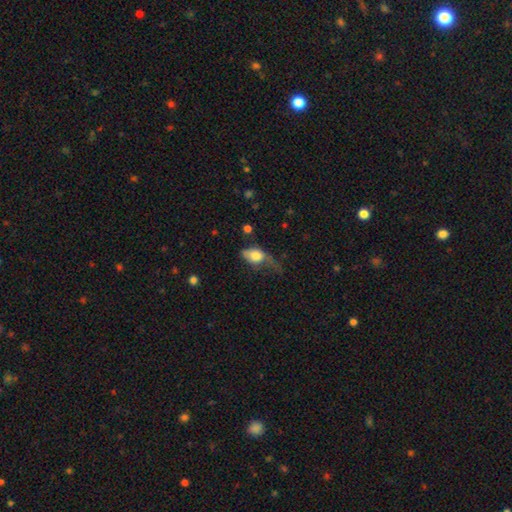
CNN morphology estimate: A smooth galaxy with no disk features (71%) that is in between round and cigar-shaped (80%). Merging: major disturbance (47%).